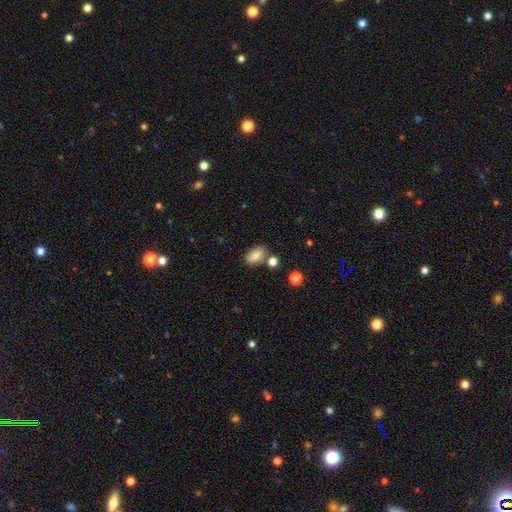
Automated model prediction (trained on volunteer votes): A smooth galaxy with no disk features (79%) that is in between round and cigar-shaped (87%).

Vote fractions:
- Smooth or featured? smooth: 79% / featured or disk: 11% / star or artifact: 10%
- How rounded? in between: 87% / round: 11% / cigar-shaped: 2%
- Merging? none: 71% / minor disturbance: 14% / merger: 11% / major disturbance: 3%